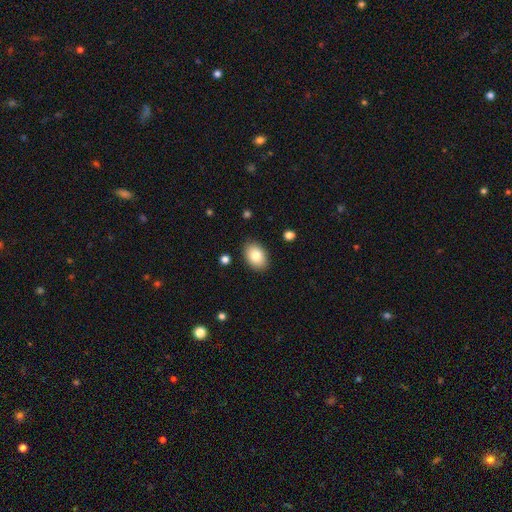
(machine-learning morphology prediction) smooth 82%, featured or disk 11%, star or artifact 8%. Down the decision tree: how rounded — in between (83%); merging — none (88%).